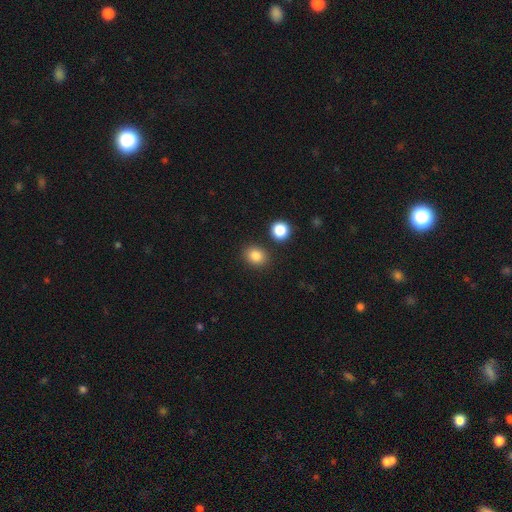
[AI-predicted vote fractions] smooth_or_featured: smooth (p=0.84) [alt: star or artifact p=0.11]
how_rounded: round (p=0.57) [alt: in between p=0.42]
merging: none (p=0.83) [alt: minor disturbance p=0.09]